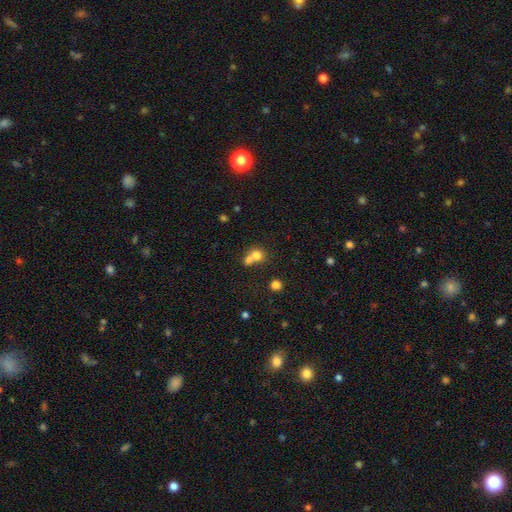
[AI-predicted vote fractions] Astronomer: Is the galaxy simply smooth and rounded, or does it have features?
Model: smooth — 75%.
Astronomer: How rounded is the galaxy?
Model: round — 77%.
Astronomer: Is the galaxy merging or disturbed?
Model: merger — 59%.